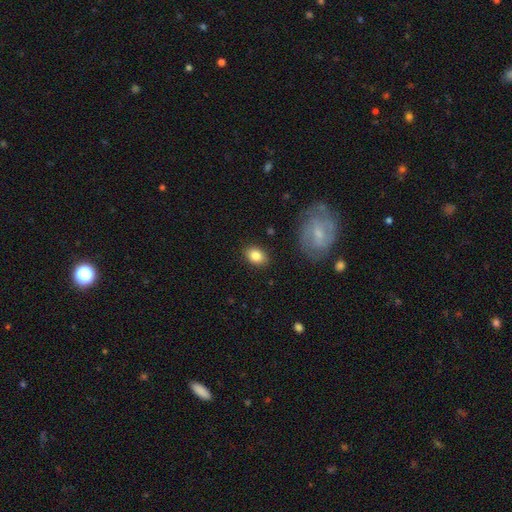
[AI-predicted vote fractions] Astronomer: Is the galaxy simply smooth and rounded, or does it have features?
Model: smooth — 84%.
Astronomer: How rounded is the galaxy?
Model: in between — 76%.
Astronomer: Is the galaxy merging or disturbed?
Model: none — 86%.